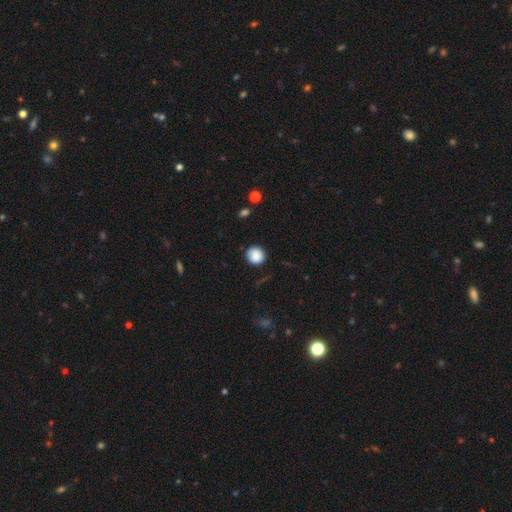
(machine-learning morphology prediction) Smooth or featured: smooth — 87% (star or artifact — 9%)
How rounded: round — 91% (in between — 8%)
Merging: none — 83% (minor disturbance — 12%)